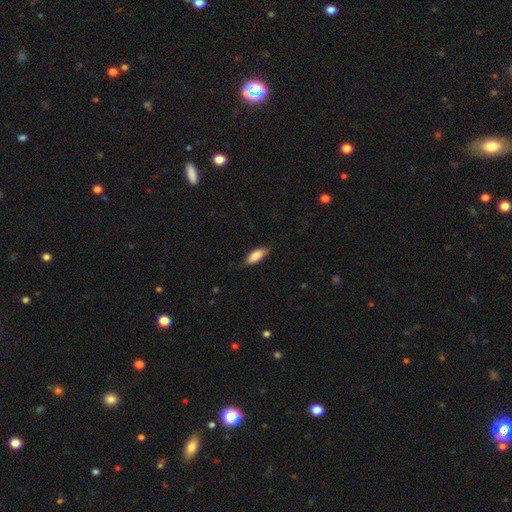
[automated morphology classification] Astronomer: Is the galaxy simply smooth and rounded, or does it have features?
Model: smooth — 85%.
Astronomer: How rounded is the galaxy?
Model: in between — 80%.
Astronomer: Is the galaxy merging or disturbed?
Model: none — 73%.